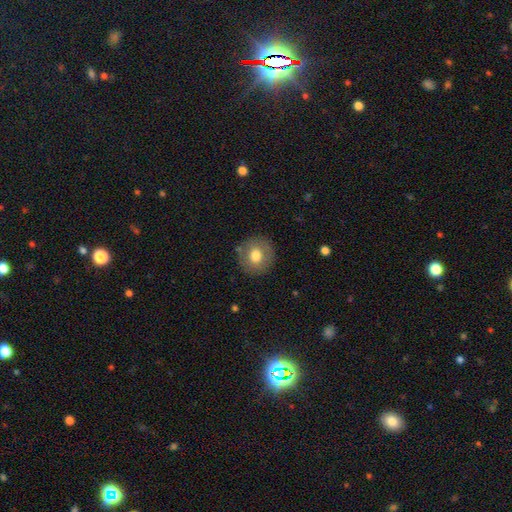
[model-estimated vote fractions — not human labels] A smooth galaxy with no disk features (73%) that is round (91%).

Vote fractions:
- Smooth or featured? smooth: 73% / featured or disk: 18% / star or artifact: 9%
- How rounded? round: 91% / in between: 8% / cigar-shaped: 1%
- Merging? none: 87% / minor disturbance: 9% / major disturbance: 3% / merger: 2%